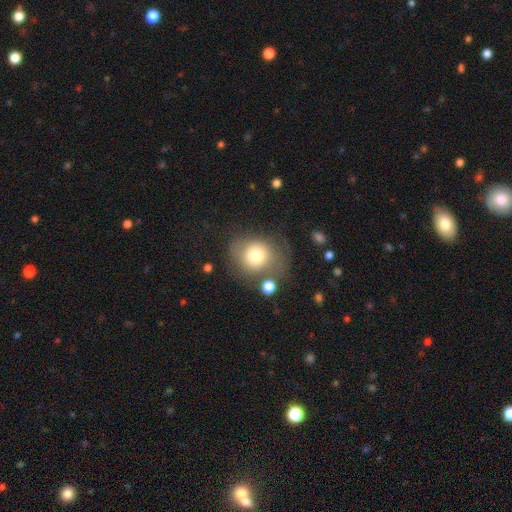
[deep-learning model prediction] A smooth galaxy with no disk features (71%) that is round (75%).

Vote fractions:
- Smooth or featured? smooth: 71% / featured or disk: 19% / star or artifact: 10%
- How rounded? round: 75% / in between: 24% / cigar-shaped: 1%
- Merging? none: 53% / minor disturbance: 22% / major disturbance: 16% / merger: 9%